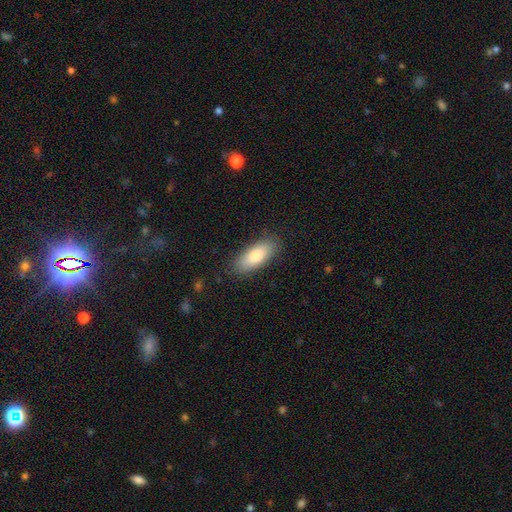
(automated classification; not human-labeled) This appears to be a smooth galaxy with no disk features (80%) that is in between round and cigar-shaped (79%). Merging: none (85%).